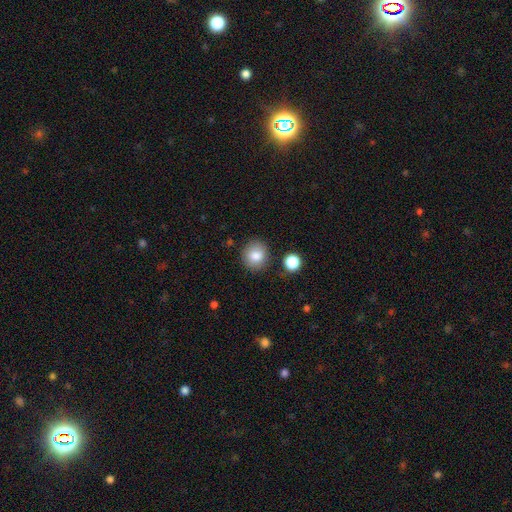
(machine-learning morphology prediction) Smooth or featured?
  - smooth: 84% *
  - star or artifact: 9%
  - featured or disk: 7%
How rounded?
  - round: 83% *
  - in between: 16%
  - cigar-shaped: 1%
Merging?
  - none: 83% *
  - minor disturbance: 10%
  - merger: 4%
  - major disturbance: 3%